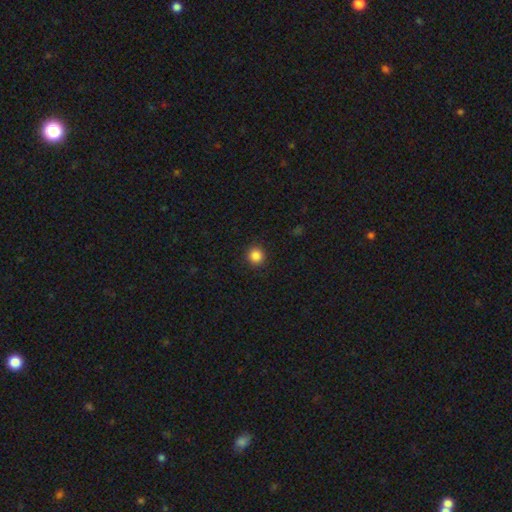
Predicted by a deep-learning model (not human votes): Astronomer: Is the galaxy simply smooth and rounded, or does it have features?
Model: smooth — 86%.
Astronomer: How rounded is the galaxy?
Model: round — 93%.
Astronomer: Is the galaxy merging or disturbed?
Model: none — 92%.